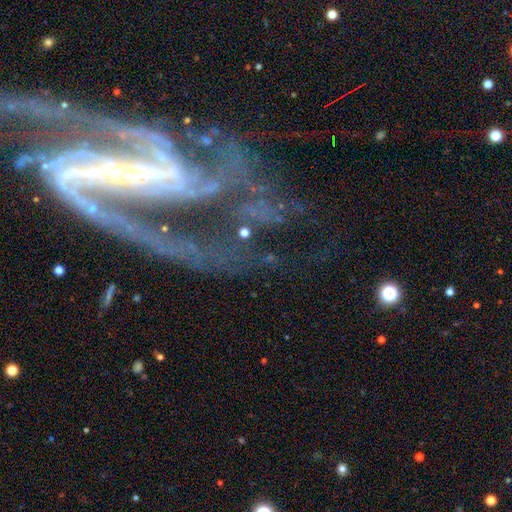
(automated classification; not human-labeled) Smooth or featured? featured or disk (91%)
Edge-on disk? no (96%)
Bar? strong (72%)
Spiral arms? yes (97%)
Spiral winding? medium (50%)
Spiral arm count? 2 (73%)
Bulge size? small (84%)
Merging? none (49%)